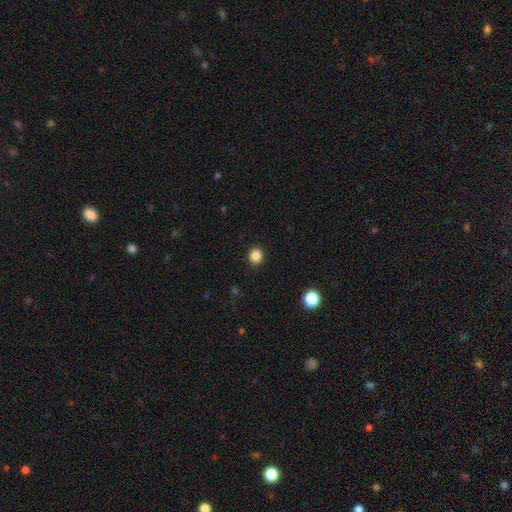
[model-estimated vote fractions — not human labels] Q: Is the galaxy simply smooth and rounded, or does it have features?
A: smooth — 86%.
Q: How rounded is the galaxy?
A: round — 84%.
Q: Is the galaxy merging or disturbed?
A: none — 92%.